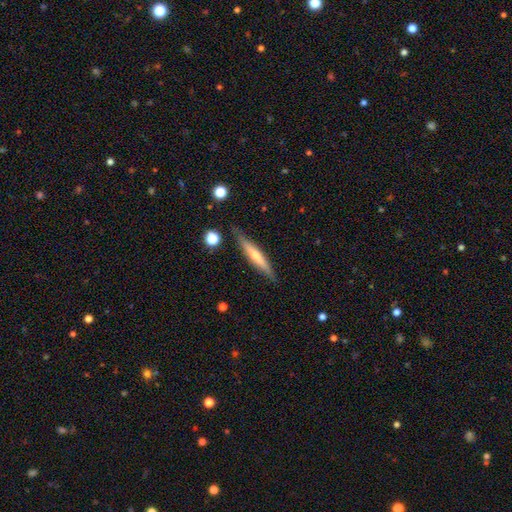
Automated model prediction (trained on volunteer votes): This is possibly a smooth galaxy (47%, tied with featured or disk). Merging: clearly none (83%).